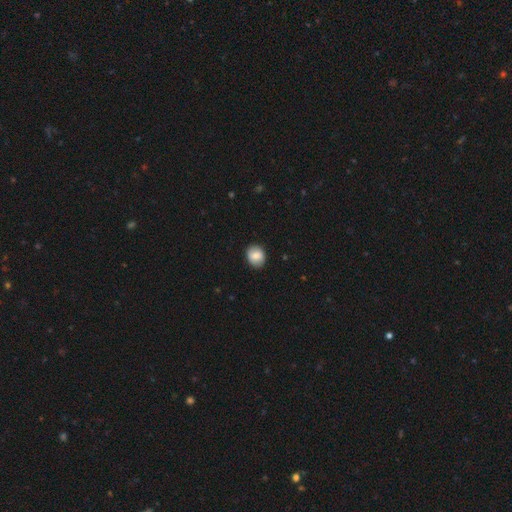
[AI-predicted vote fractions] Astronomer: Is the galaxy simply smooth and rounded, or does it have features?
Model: smooth — 81%.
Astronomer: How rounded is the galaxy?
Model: round — 61% (runner-up: in between, 38%).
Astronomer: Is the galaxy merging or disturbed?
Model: none — 88%.